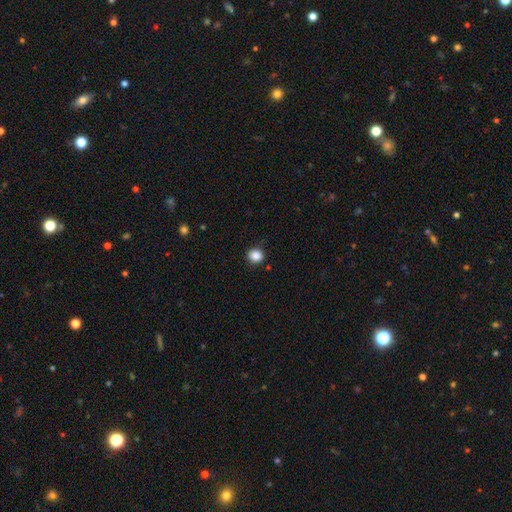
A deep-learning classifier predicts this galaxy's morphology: The model was most divided on "how rounded": round: 84%, in between: 15%, cigar-shaped: 1%. More confident: merging — none (88%); smooth or featured — smooth (87%).